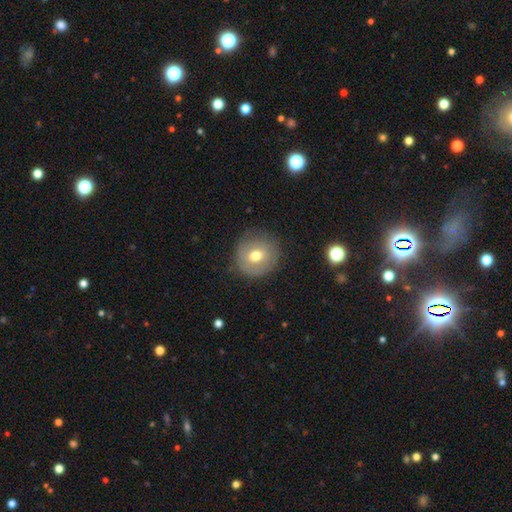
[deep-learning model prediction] Overall: smooth (64%; featured or disk 26%). How rounded: round (89%). Merging: none (80%).